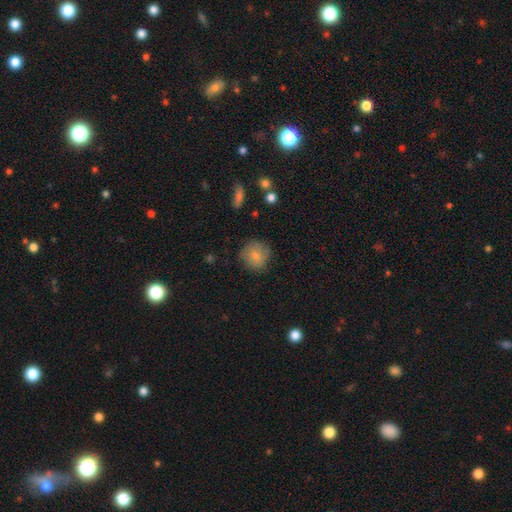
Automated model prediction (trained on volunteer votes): Overall: smooth (79%). How rounded: round (87%). Merging: none (75%).